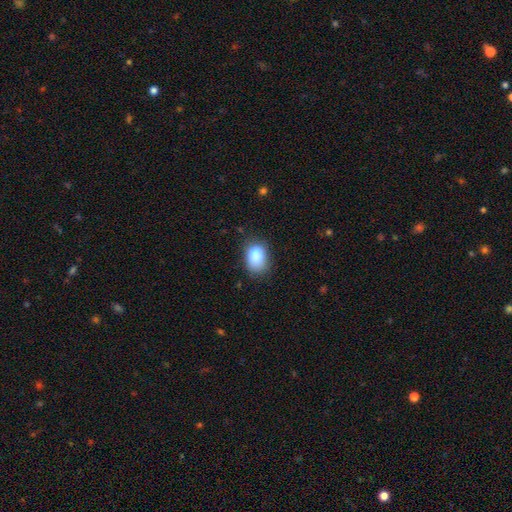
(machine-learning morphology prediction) smooth_or_featured: smooth (p=0.86) [alt: star or artifact p=0.08]
how_rounded: in between (p=0.80) [alt: round p=0.19]
merging: none (p=0.67) [alt: minor disturbance p=0.24]